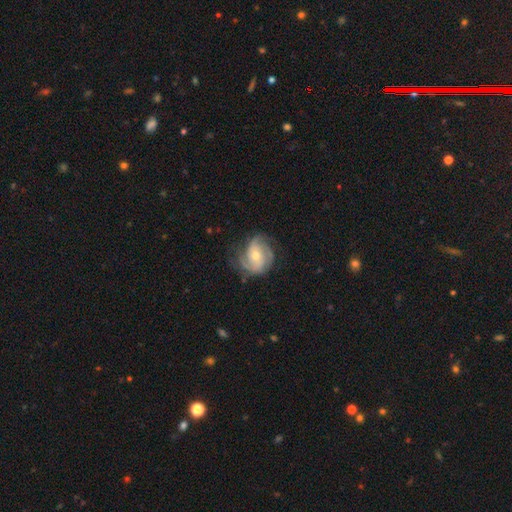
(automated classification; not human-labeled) This appears to be a featured or disk galaxy (83%) with no bar (62%), 3 (38%) tight (49%) spiral arms (95%) and a moderate central bulge (52%). Merging: none (67%).